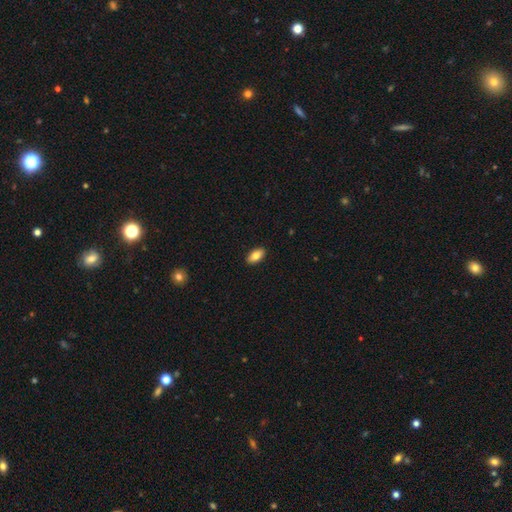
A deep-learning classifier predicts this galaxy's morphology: Q: Smooth or featured?
A: smooth (80%); runner-up: featured or disk (13%)
Q: How rounded?
A: in between (92%); runner-up: cigar-shaped (5%)
Q: Merging?
A: none (91%); runner-up: minor disturbance (7%)